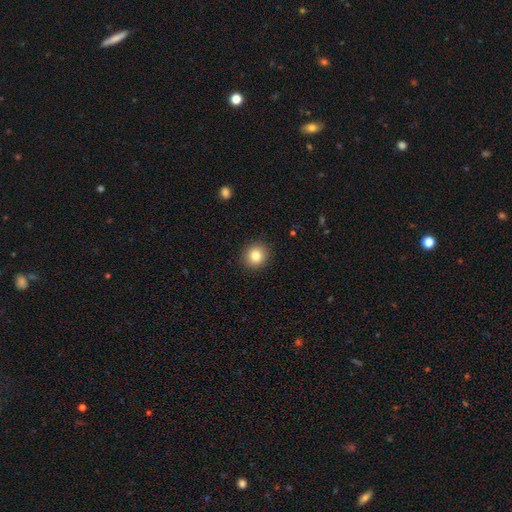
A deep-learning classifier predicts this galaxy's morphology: smooth_or_featured: smooth (p=0.82) [alt: star or artifact p=0.10]
how_rounded: round (p=0.90) [alt: in between p=0.09]
merging: none (p=0.92) [alt: minor disturbance p=0.06]